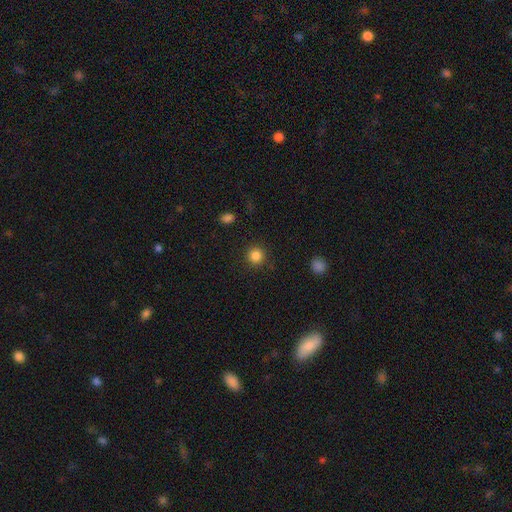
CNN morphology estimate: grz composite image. It shows a smooth galaxy with no disk features (85%) that is round (94%). Merging: none (90%).